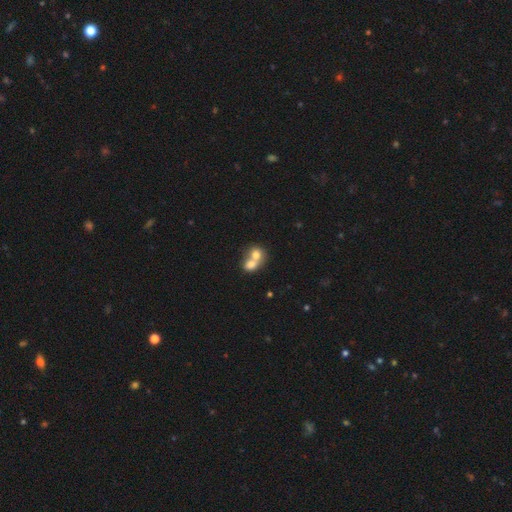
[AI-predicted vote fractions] smooth 72%, featured or disk 19%, star or artifact 9%. Down the decision tree: how rounded — round (63%); merging — merger (73%).